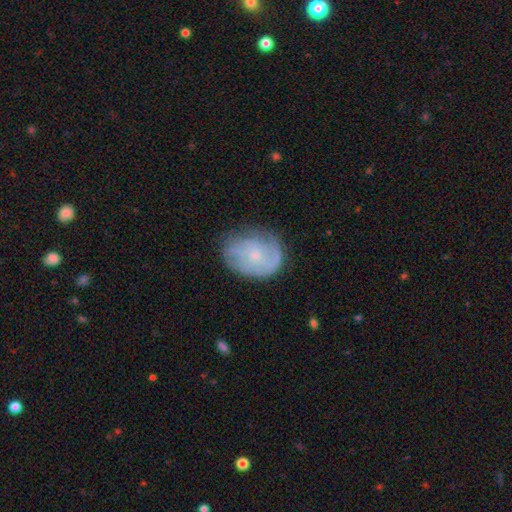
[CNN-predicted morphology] The model was most divided on "spiral winding": tight: 49%, medium: 35%, loose: 16%. Remaining: edge-on disk — no (97%); spiral arms — yes (85%); bar — no (74%); smooth or featured — featured or disk (64%); merging — none (64%); bulge size — small (59%); spiral arm count — can't tell (41%).